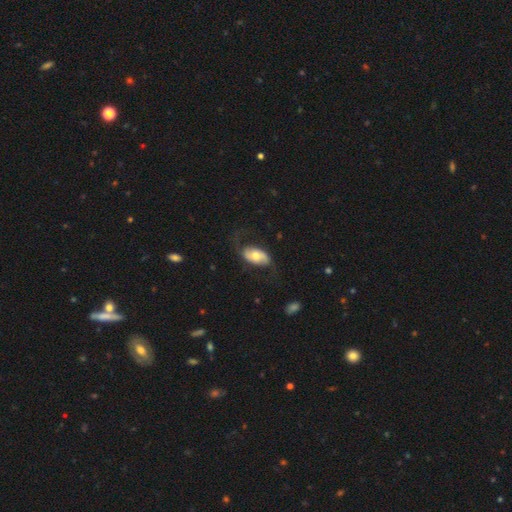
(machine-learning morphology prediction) Smooth or featured?
  - featured or disk: 62% *
  - smooth: 32%
  - star or artifact: 6%
Edge-on disk?
  - no: 93% *
  - yes: 7%
Bar?
  - no: 60% *
  - weak: 27%
  - strong: 12%
Spiral arms?
  - yes: 82% *
  - no: 18%
Bulge size?
  - moderate: 69% *
  - small: 19%
  - large: 9%
  - dominant: 2%
  - none: 1%
Merging?
  - none: 61% *
  - minor disturbance: 19%
  - major disturbance: 18%
  - merger: 2%